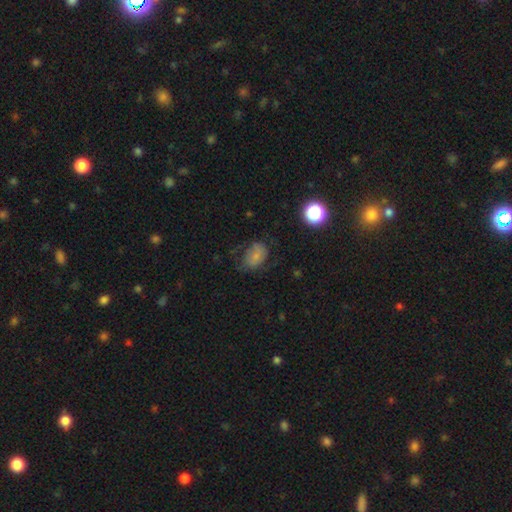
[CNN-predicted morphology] Smooth or featured: smooth — 69% (featured or disk — 18%)
How rounded: in between — 78% (round — 20%)
Merging: none — 50% (minor disturbance — 30%)